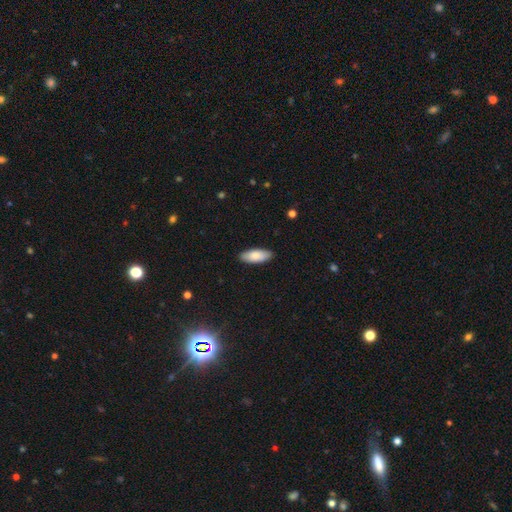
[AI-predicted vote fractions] Smooth or featured? smooth (84%)
How rounded? in between (80%)
Merging? none (89%)